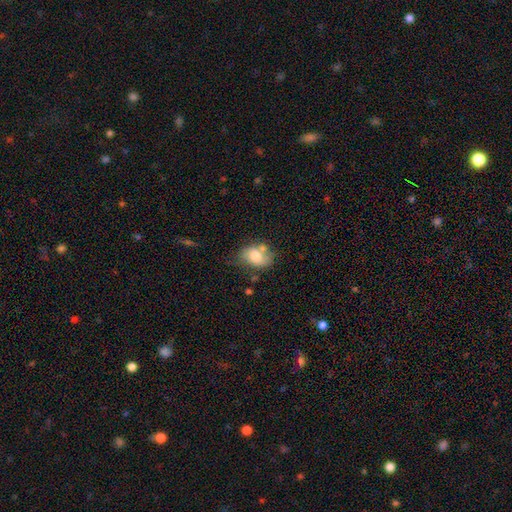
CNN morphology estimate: smooth 71%, featured or disk 21%, star or artifact 8%. Down the decision tree: how rounded — in between (75%); merging — none (50%).